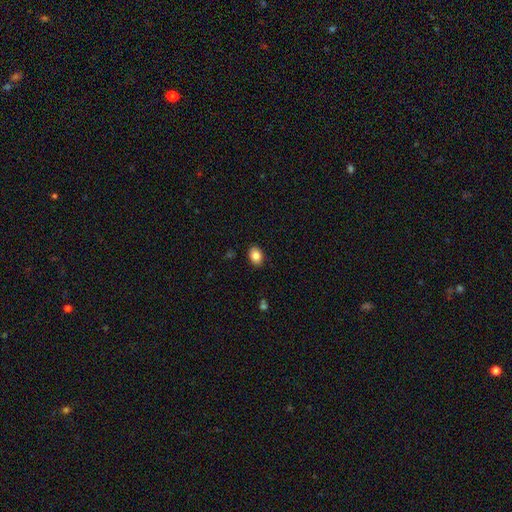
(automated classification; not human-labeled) Smooth or featured? smooth (85%)
How rounded? in between (75%)
Merging? none (89%)